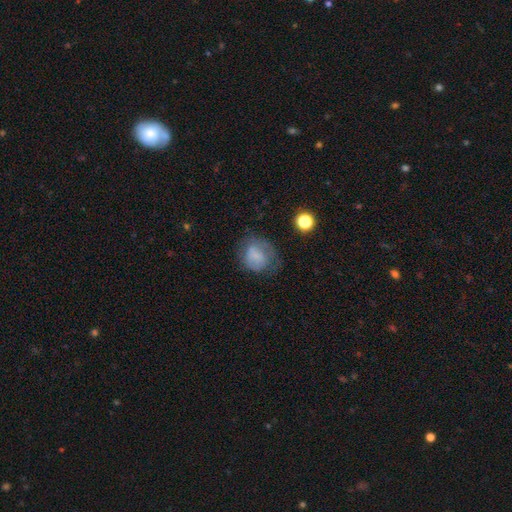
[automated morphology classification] Smooth or featured: smooth — 64% (featured or disk — 25%)
How rounded: round — 64% (in between — 35%)
Merging: none — 51% (minor disturbance — 27%)